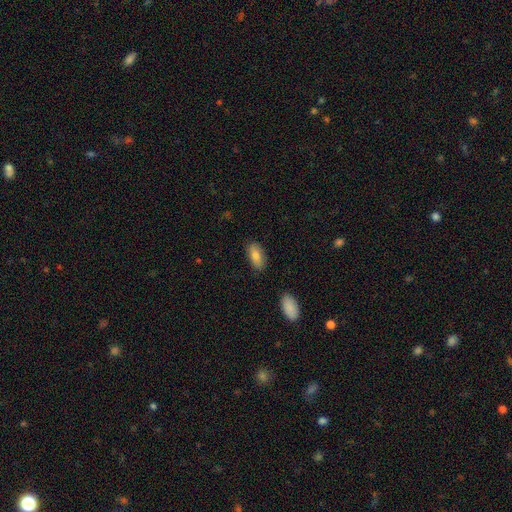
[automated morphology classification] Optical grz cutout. It shows a smooth galaxy with no disk features (82%) that is in between round and cigar-shaped (88%). Merging: none (85%).